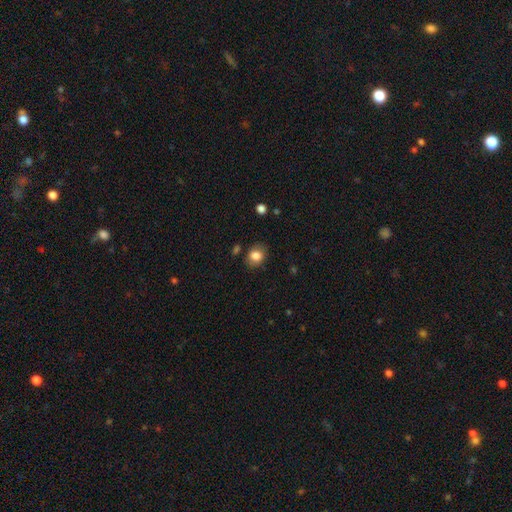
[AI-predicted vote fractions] The model was most divided on "how rounded": round: 50%, in between: 49%, cigar-shaped: 1%. More confident: smooth or featured — smooth (81%); merging — none (79%).